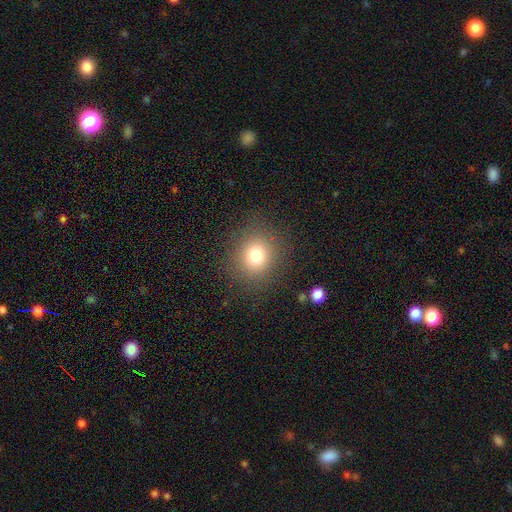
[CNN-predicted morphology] type=smooth (76%); roundness=round (82%); merging=none (86%).